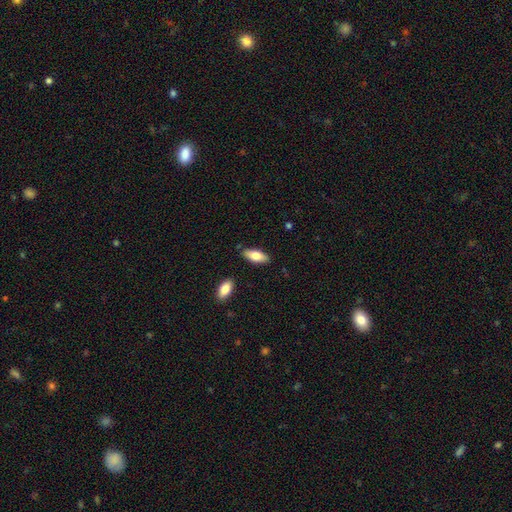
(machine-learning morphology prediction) smooth 76%, featured or disk 18%, star or artifact 6%. Down the decision tree: how rounded — in between (80%); merging — none (83%).